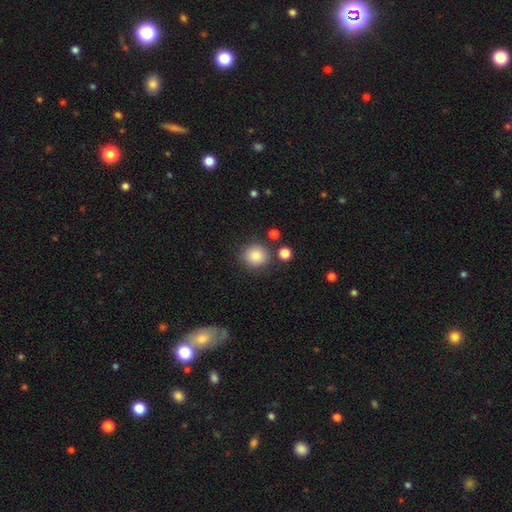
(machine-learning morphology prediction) Smooth or featured?
  - smooth: 84% *
  - star or artifact: 9%
  - featured or disk: 6%
How rounded?
  - round: 88% *
  - in between: 11%
  - cigar-shaped: 1%
Merging?
  - none: 82% *
  - minor disturbance: 10%
  - merger: 6%
  - major disturbance: 3%